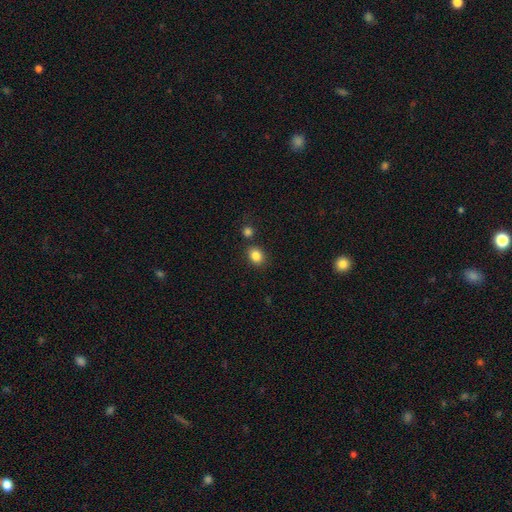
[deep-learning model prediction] Smooth or featured: smooth — 85% (star or artifact — 10%)
How rounded: in between — 50% (round — 49%)
Merging: none — 79% (minor disturbance — 10%)